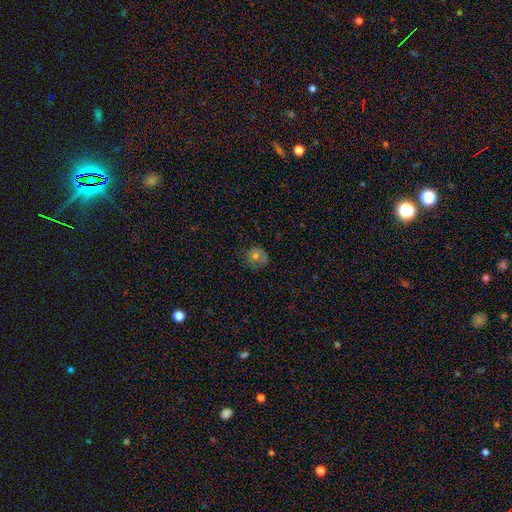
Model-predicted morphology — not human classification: smooth-or-featured: smooth: 62% | featured or disk: 24% | star or artifact: 14%
  how-rounded: round: 82% | in between: 17% | cigar-shaped: 1%
  merging: none: 67% | minor disturbance: 23% | major disturbance: 8% | merger: 1%